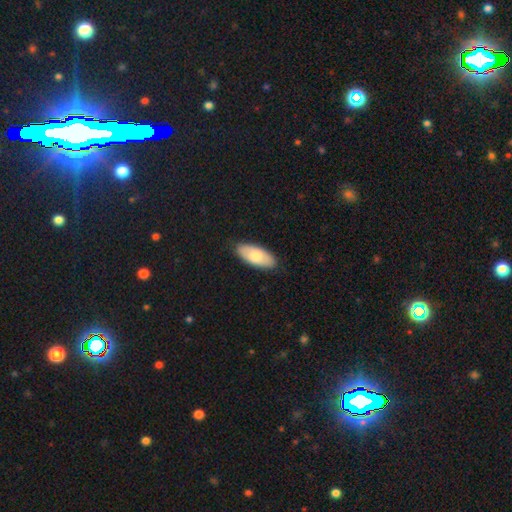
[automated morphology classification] A smooth galaxy with no disk features (79%) that is in between round and cigar-shaped (86%). Merging: none (87%).